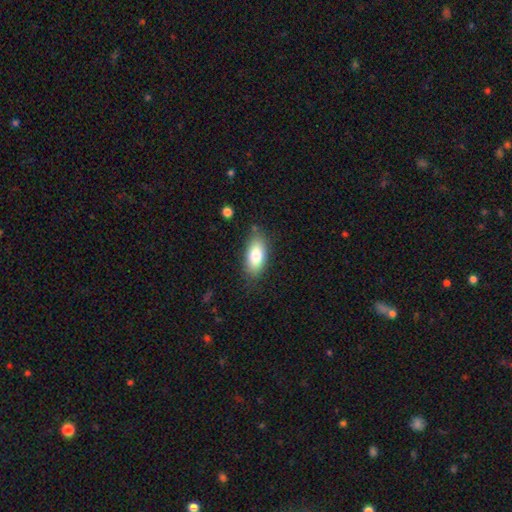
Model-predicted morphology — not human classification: Q: Smooth or featured?
A: smooth (80%); runner-up: featured or disk (13%)
Q: How rounded?
A: in between (86%); runner-up: cigar-shaped (11%)
Q: Merging?
A: none (80%); runner-up: minor disturbance (14%)